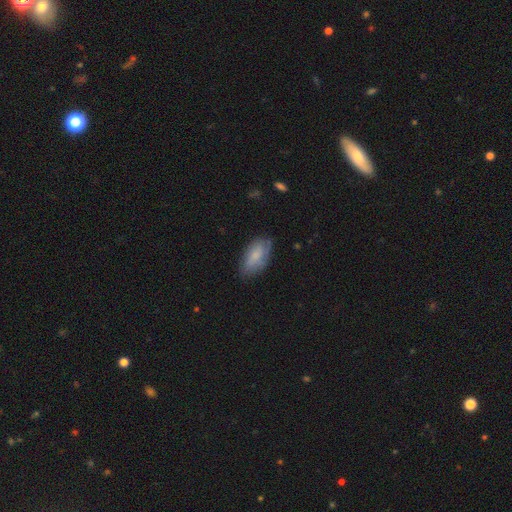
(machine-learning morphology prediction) Smooth or featured? smooth (74%)
How rounded? in between (92%)
Merging? none (71%)